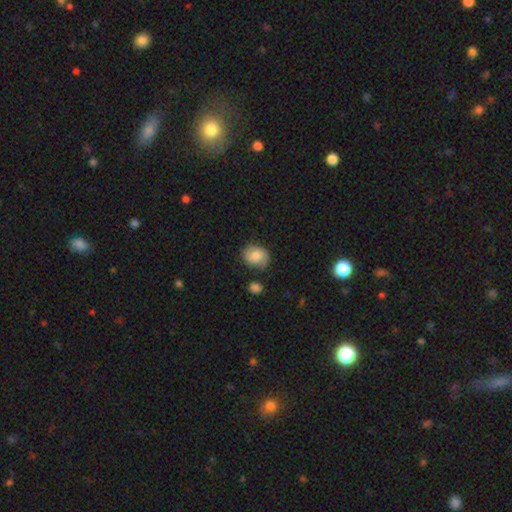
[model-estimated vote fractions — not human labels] A smooth galaxy with no disk features (75%) that is in between round and cigar-shaped (51%). Merging: none (71%).